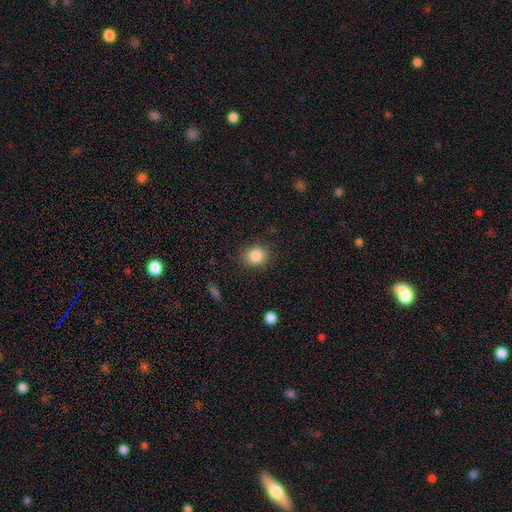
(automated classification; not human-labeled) smooth_or_featured: smooth (p=0.86) [alt: star or artifact p=0.09]
how_rounded: round (p=0.67) [alt: in between p=0.32]
merging: none (p=0.87) [alt: minor disturbance p=0.09]